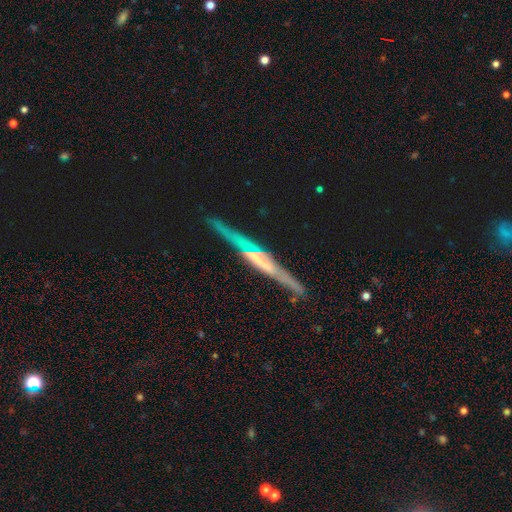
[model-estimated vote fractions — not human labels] featured or disk 77%, smooth 17%, star or artifact 7%. Down the decision tree: edge-on disk — yes (96%); edge-on bulge — boxy (35%); merging — none (83%).